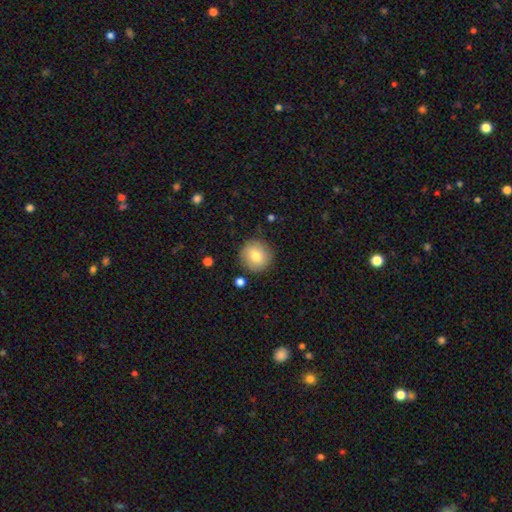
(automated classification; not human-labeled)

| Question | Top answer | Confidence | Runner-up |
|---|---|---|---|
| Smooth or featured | smooth | 80% | featured or disk (11%) |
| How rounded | round | 95% | in between (4%) |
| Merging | none | 87% | minor disturbance (8%) |